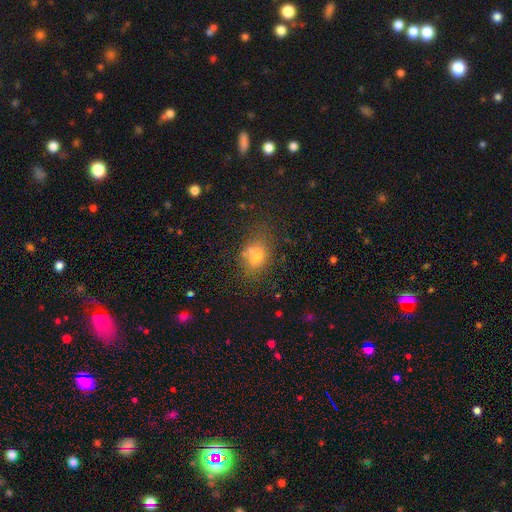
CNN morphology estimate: smooth_or_featured: smooth (p=0.67) [alt: star or artifact p=0.17]
how_rounded: in between (p=0.60) [alt: round p=0.38]
merging: none (p=0.53) [alt: minor disturbance p=0.21]